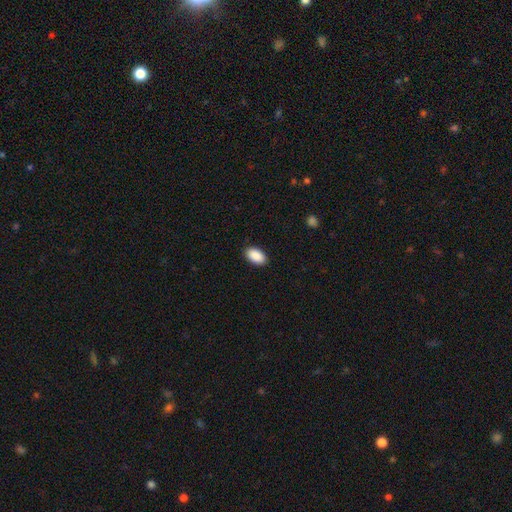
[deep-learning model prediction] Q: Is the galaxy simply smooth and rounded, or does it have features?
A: smooth — 91%.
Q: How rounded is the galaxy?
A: in between — 95%.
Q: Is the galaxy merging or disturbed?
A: none — 90%.